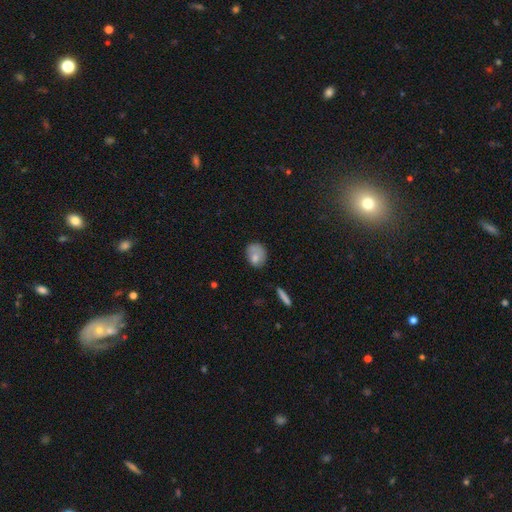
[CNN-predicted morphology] A smooth galaxy with no disk features (75%) that is in between round and cigar-shaped (55%). Merging: none (51%).